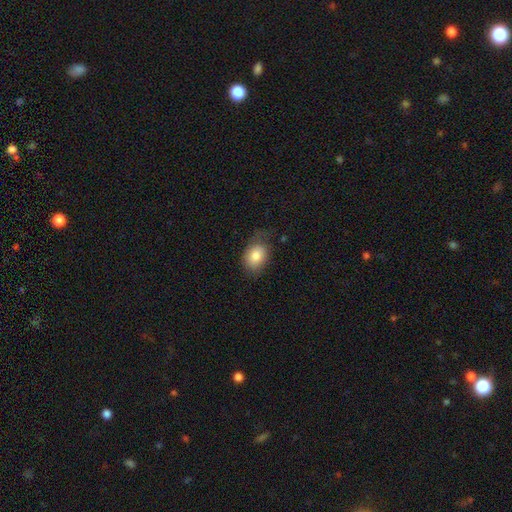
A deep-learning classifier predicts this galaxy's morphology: Smooth or featured? Predicted: smooth (p=0.81). How rounded? Predicted: in between (p=0.73). Merging? Predicted: none (p=0.55).